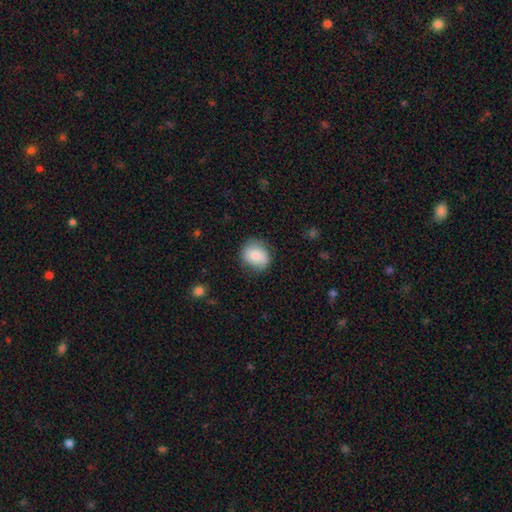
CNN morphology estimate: This appears to be a smooth galaxy with no disk features (76%) that is round (67%). Merging: none (77%).